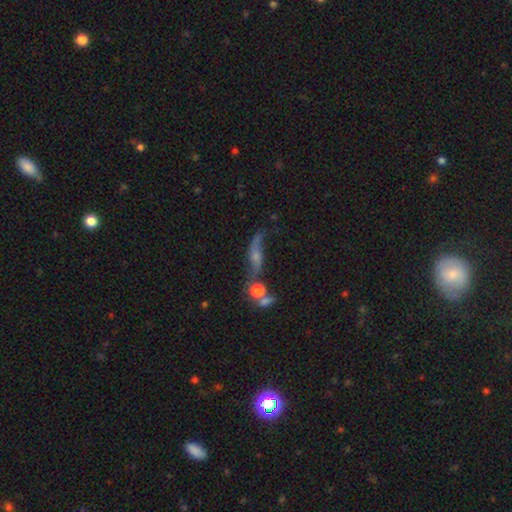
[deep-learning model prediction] The model was most divided on "merging": none: 44%, merger: 21%, minor disturbance: 18%, major disturbance: 17%. More confident: edge-on disk — no (71%); smooth or featured — featured or disk (64%).